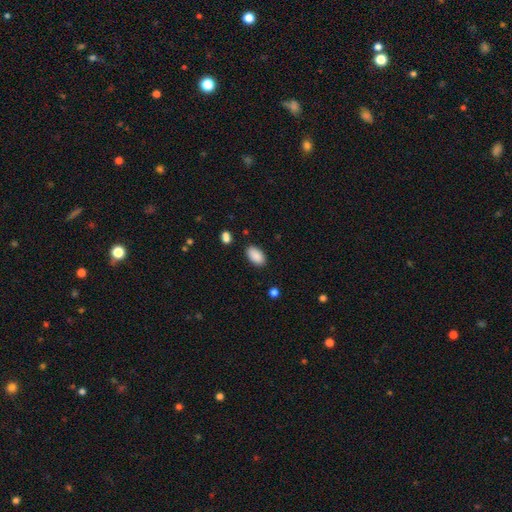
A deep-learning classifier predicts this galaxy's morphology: This appears to be a smooth galaxy with no disk features (90%) that is in between round and cigar-shaped (94%). Merging: none (87%).